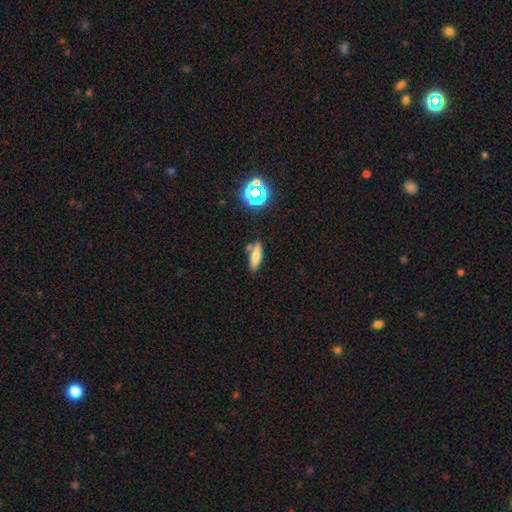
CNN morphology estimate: Overall: smooth (70%). How rounded: in between (52%; cigar-shaped 44%). Merging: none (69%).